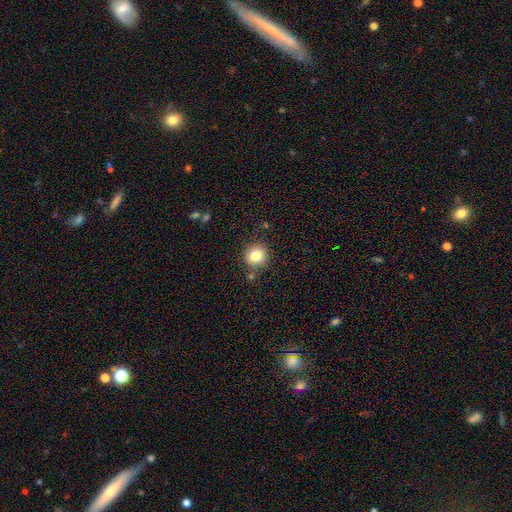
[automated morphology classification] A smooth galaxy with no disk features (82%) that is round (89%). Merging: none (83%).